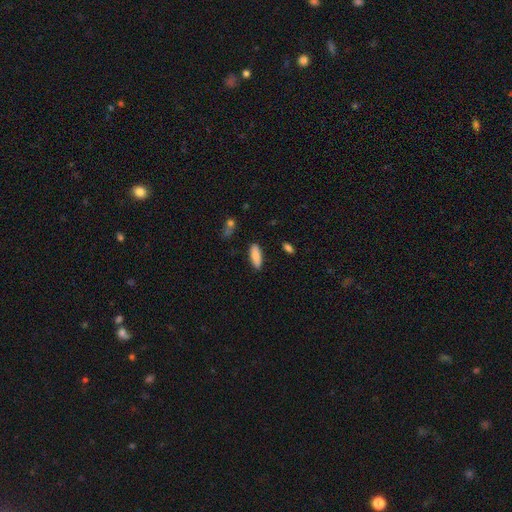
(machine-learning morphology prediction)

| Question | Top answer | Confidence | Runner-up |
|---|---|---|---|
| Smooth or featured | smooth | 87% | featured or disk (7%) |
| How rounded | in between | 62% | cigar-shaped (36%) |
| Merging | none | 85% | minor disturbance (10%) |